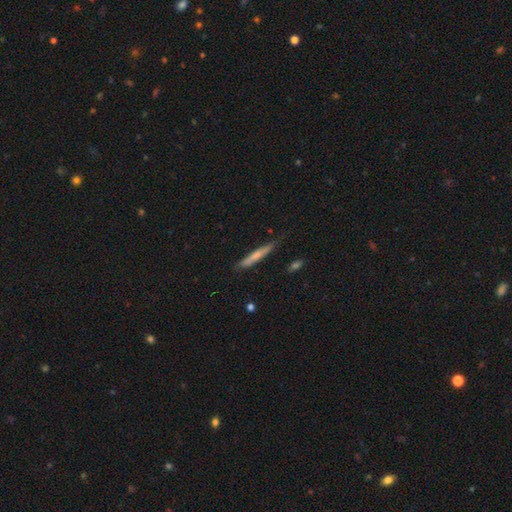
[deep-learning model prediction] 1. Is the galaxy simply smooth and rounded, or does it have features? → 62% smooth, 32% featured or disk, 6% star or artifact.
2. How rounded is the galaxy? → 95% cigar-shaped, 4% in between, 1% round.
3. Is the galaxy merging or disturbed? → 77% none, 18% minor disturbance, 3% major disturbance, 2% merger.